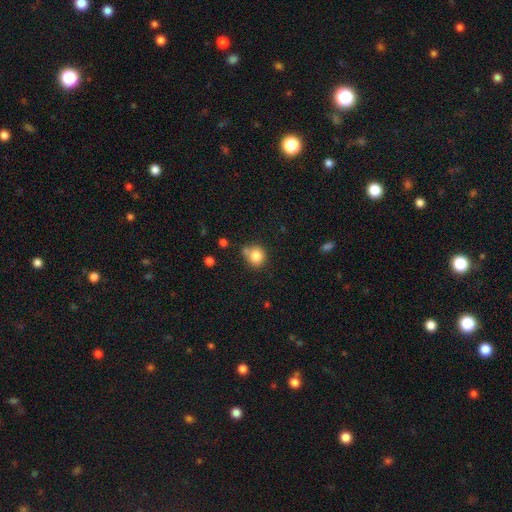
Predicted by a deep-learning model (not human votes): smooth-or-featured: smooth: 82% | star or artifact: 10% | featured or disk: 8%
  how-rounded: round: 84% | in between: 16% | cigar-shaped: 1%
  merging: none: 61% | merger: 18% | minor disturbance: 17% | major disturbance: 5%